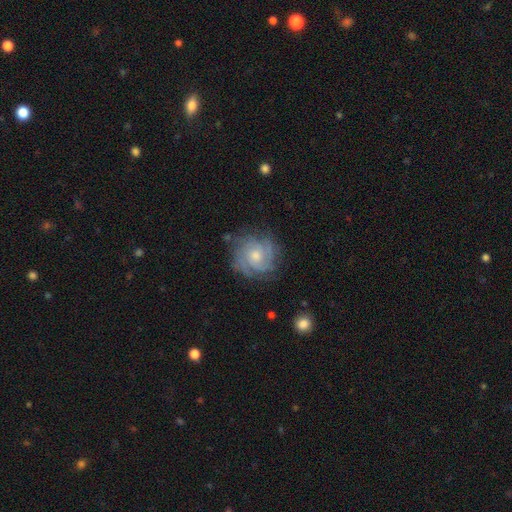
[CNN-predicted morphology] Overall: featured or disk (80%). Edge-on disk: no (98%). Bar: no (73%). Spiral arms: yes (94%). Spiral arm count: can't tell (32%; 3 28%). Spiral winding: tight (66%; medium 28%). Bulge size: moderate (56%; small 34%). Merging: none (74%).